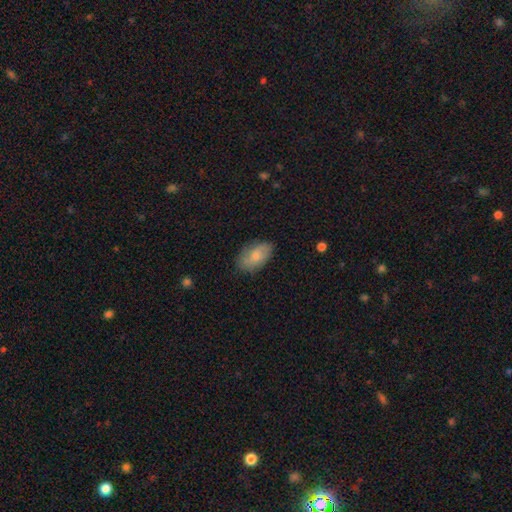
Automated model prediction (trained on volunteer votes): Smooth or featured: smooth — 73% (featured or disk — 20%)
How rounded: in between — 93% (round — 5%)
Merging: none — 77% (minor disturbance — 18%)